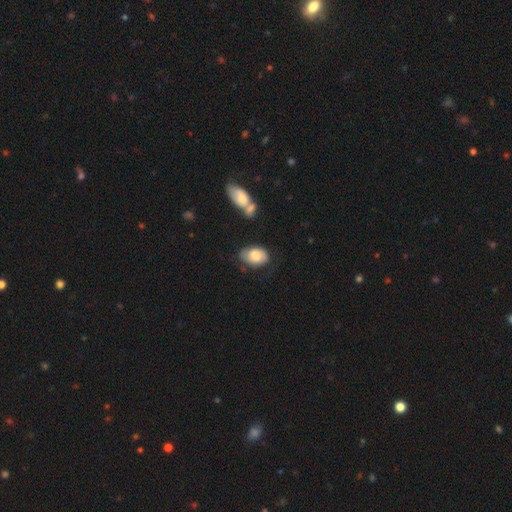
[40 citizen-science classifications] This is likely a smooth galaxy (68%). How rounded: clearly in between (100%). Merging: possibly none (55%).